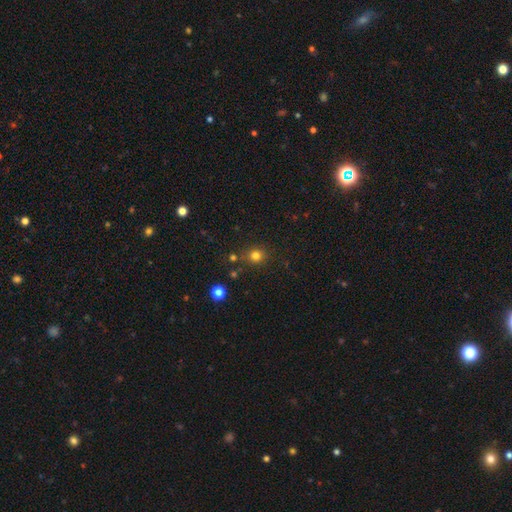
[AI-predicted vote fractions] Overall: smooth (78%). How rounded: round (85%). Merging: none (80%).